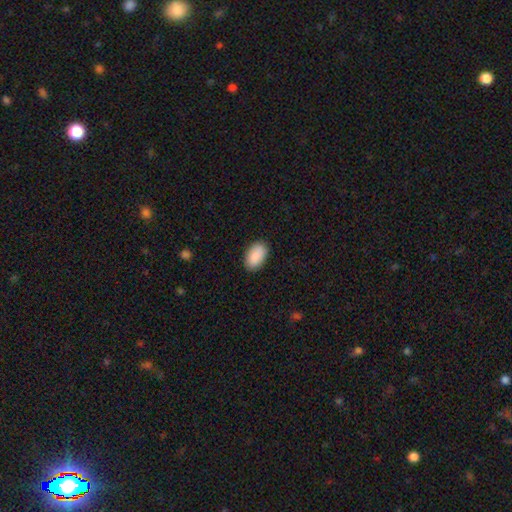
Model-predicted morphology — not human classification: This is clearly a smooth galaxy (91%). How rounded: clearly in between (94%). Merging: clearly none (88%).